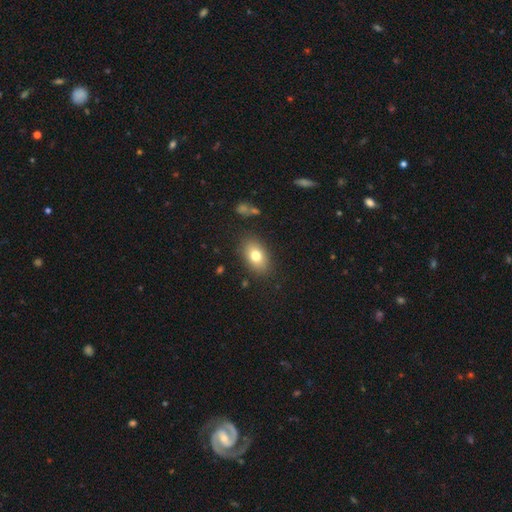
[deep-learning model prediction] A smooth galaxy with no disk features (77%) that is in between round and cigar-shaped (85%). Merging: none (84%).